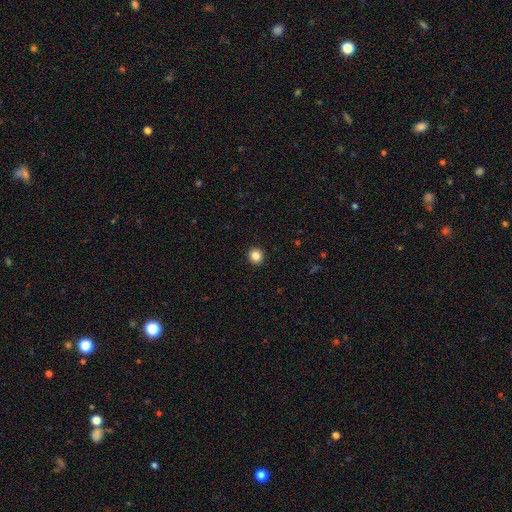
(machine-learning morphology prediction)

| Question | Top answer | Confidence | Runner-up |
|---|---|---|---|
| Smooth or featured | smooth | 85% | star or artifact (11%) |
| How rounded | round | 94% | in between (5%) |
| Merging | none | 94% | minor disturbance (4%) |